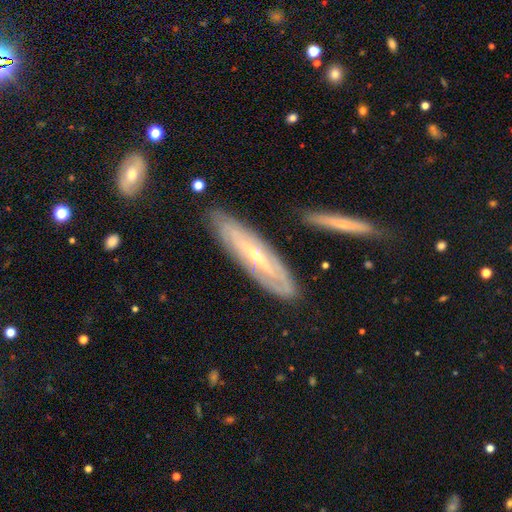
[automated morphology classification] Overall: featured or disk (73%). Edge-on disk: no (60%; yes 40%). Merging: none (82%).